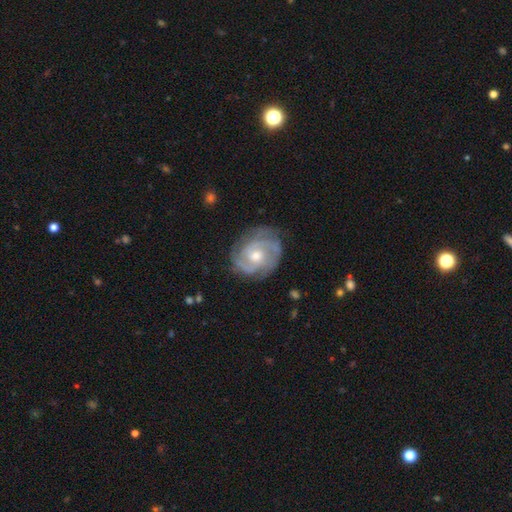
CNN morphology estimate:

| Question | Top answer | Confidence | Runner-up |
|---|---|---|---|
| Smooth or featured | featured or disk | 87% | smooth (8%) |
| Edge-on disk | no | 98% | yes (2%) |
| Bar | no | 66% | weak (29%) |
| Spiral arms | yes | 96% | no (4%) |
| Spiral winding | tight | 61% | medium (33%) |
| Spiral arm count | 2 | 40% | 3 (30%) |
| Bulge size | moderate | 68% | small (26%) |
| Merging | none | 77% | minor disturbance (17%) |